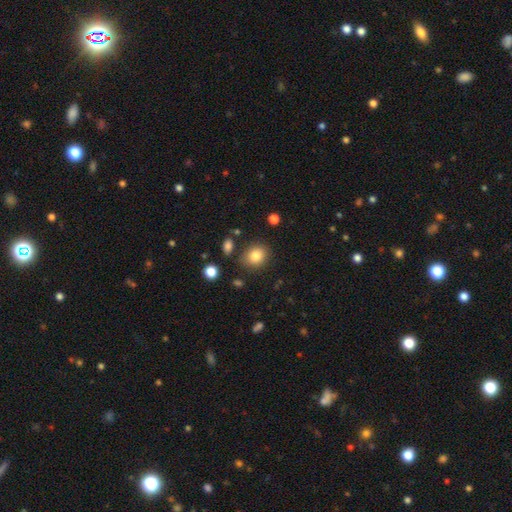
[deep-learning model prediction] Smooth or featured? smooth (83%)
How rounded? round (61%)
Merging? none (81%)